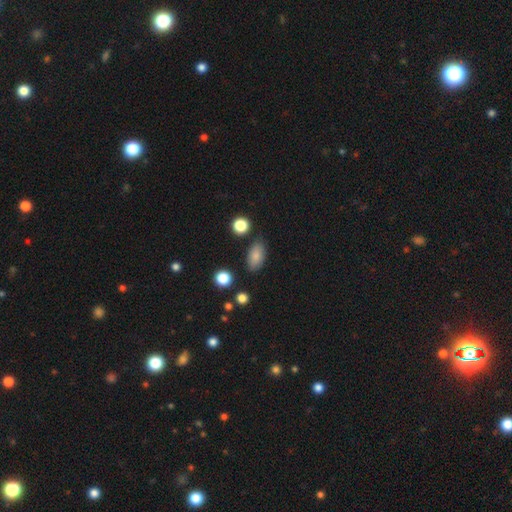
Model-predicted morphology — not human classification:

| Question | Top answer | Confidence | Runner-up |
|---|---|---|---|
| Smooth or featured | smooth | 82% | featured or disk (10%) |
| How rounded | in between | 90% | round (6%) |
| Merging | none | 81% | minor disturbance (13%) |